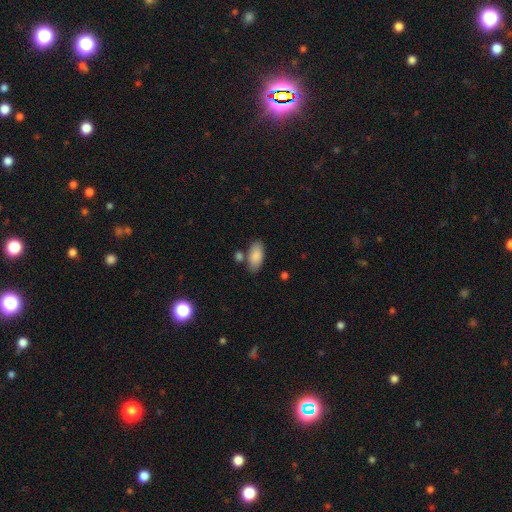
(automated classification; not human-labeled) A smooth galaxy with no disk features (87%) that is in between round and cigar-shaped (92%).

Vote fractions:
- Smooth or featured? smooth: 87% / star or artifact: 6% / featured or disk: 6%
- How rounded? in between: 92% / cigar-shaped: 5% / round: 3%
- Merging? none: 71% / minor disturbance: 14% / merger: 12% / major disturbance: 4%